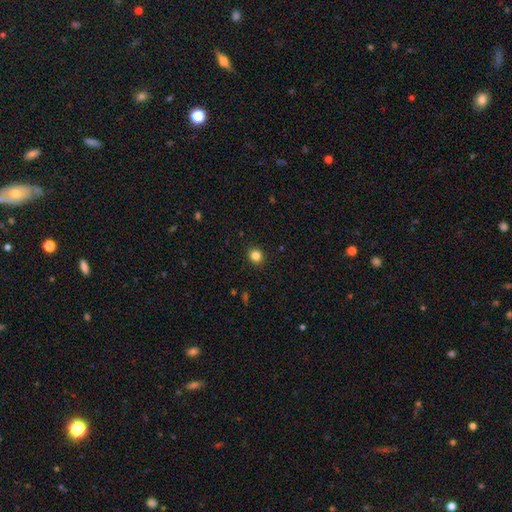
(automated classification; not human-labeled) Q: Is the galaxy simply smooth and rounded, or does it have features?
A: smooth — 83%.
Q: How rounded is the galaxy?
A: round — 81%.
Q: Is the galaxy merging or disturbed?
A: none — 91%.